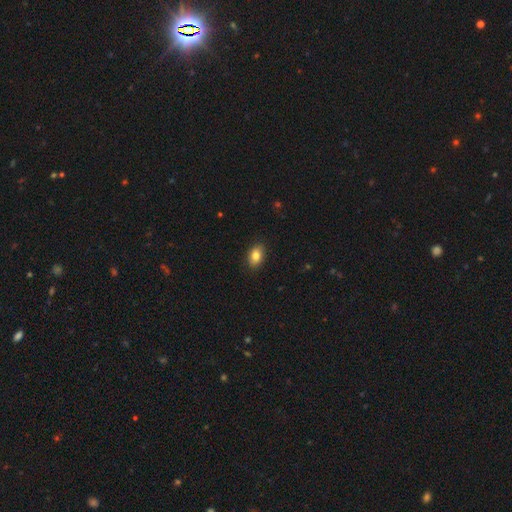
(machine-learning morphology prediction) A smooth galaxy with no disk features (82%) that is in between round and cigar-shaped (83%). Merging: none (87%).